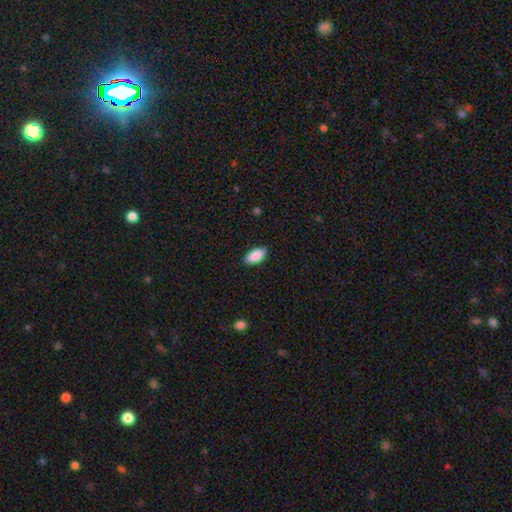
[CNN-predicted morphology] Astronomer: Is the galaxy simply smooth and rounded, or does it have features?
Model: smooth — 88%.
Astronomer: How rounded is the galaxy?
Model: in between — 93%.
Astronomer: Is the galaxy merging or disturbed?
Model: none — 88%.